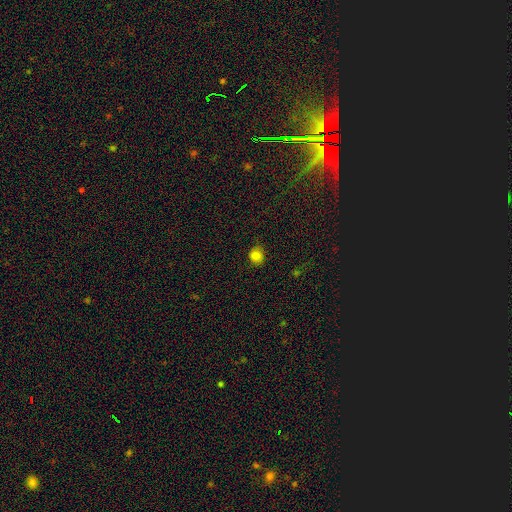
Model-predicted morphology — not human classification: Smooth or featured? smooth (82%)
How rounded? round (74%)
Merging? none (80%)